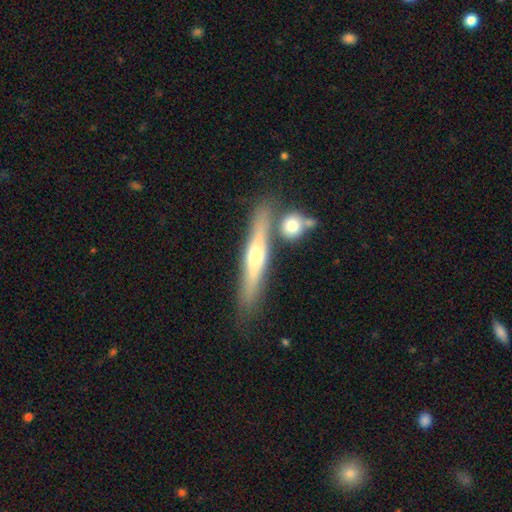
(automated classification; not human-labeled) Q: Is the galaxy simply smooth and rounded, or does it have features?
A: featured or disk — 57%.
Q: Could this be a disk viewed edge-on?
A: yes — 92%.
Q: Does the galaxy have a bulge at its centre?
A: rounded — 84%.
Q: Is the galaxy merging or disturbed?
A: none — 71%.